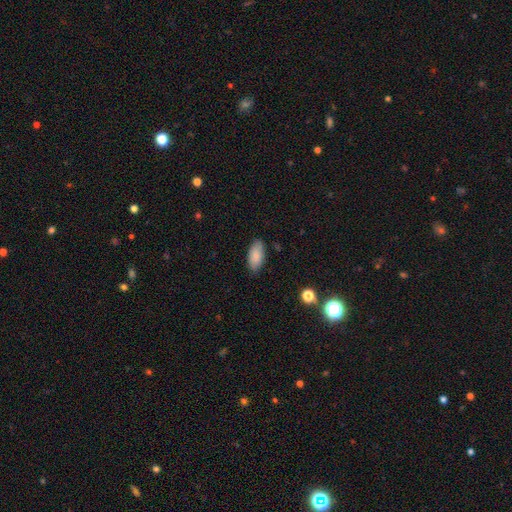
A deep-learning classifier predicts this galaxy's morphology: The model was most divided on "merging": none: 83%, minor disturbance: 13%, major disturbance: 3%, merger: 1%. More confident: how rounded — in between (91%); smooth or featured — smooth (86%).